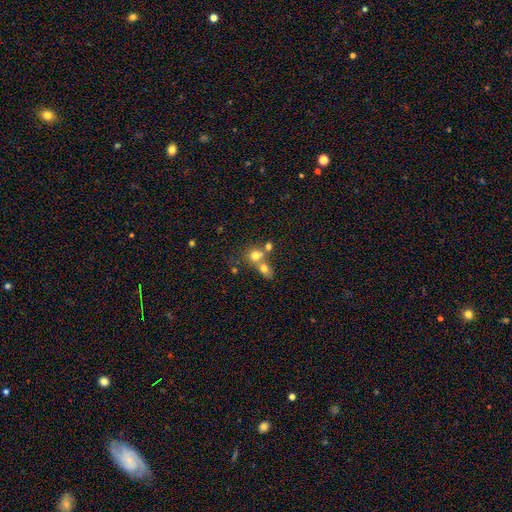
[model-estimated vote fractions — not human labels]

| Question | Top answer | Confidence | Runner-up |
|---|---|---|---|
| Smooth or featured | smooth | 68% | featured or disk (17%) |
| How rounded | round | 76% | in between (23%) |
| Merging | merger | 58% | none (32%) |